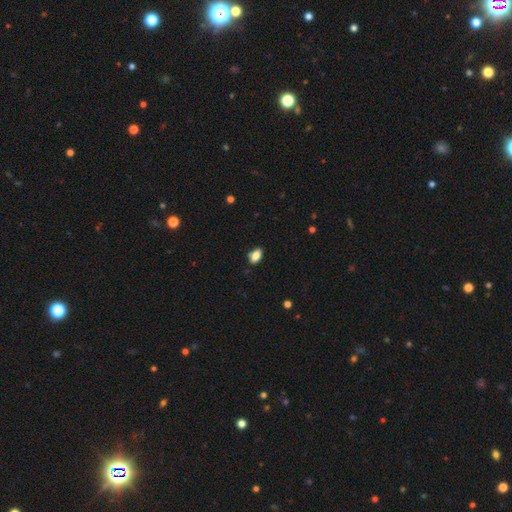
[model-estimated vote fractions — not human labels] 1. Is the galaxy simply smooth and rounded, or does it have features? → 84% smooth, 9% star or artifact, 8% featured or disk.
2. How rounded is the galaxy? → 89% in between, 7% round, 3% cigar-shaped.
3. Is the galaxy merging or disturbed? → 83% none, 13% minor disturbance, 2% major disturbance, 2% merger.